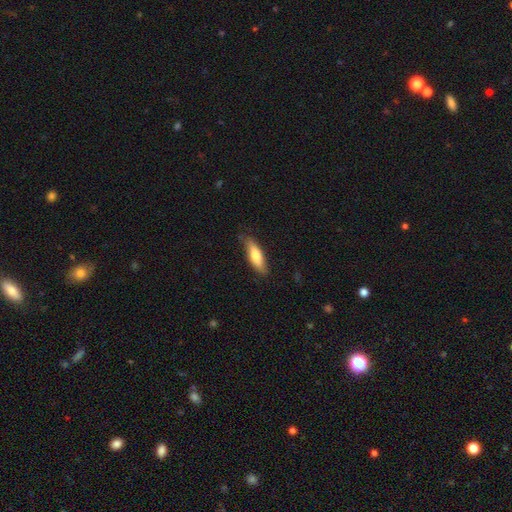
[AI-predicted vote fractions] Smooth or featured?
  - smooth: 72% *
  - featured or disk: 23%
  - star or artifact: 6%
How rounded?
  - in between: 50% *
  - cigar-shaped: 48%
  - round: 2%
Merging?
  - none: 76% *
  - minor disturbance: 20%
  - major disturbance: 3%
  - merger: 1%